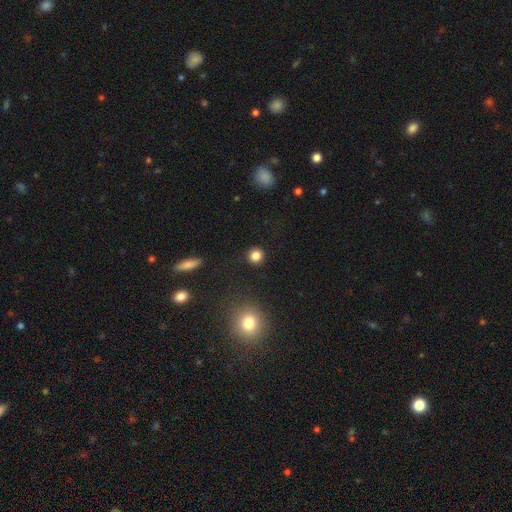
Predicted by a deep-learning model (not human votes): A smooth galaxy with no disk features (84%) that is round (90%). Merging: none (90%).